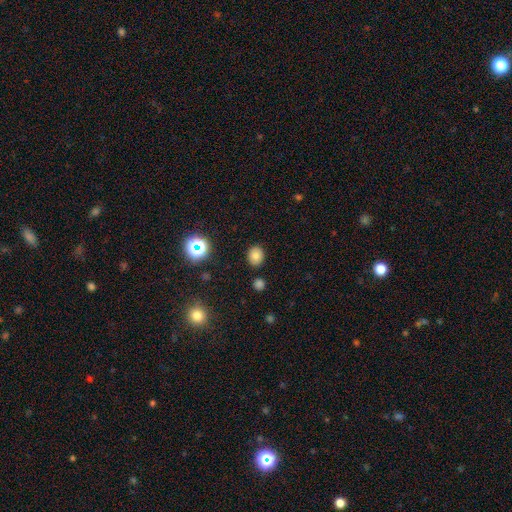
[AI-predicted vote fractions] A smooth galaxy with no disk features (77%) that is round (56%).

Vote fractions:
- Smooth or featured? smooth: 77% / star or artifact: 16% / featured or disk: 7%
- How rounded? round: 56% / in between: 43% / cigar-shaped: 1%
- Merging? none: 86% / minor disturbance: 8% / merger: 3% / major disturbance: 3%